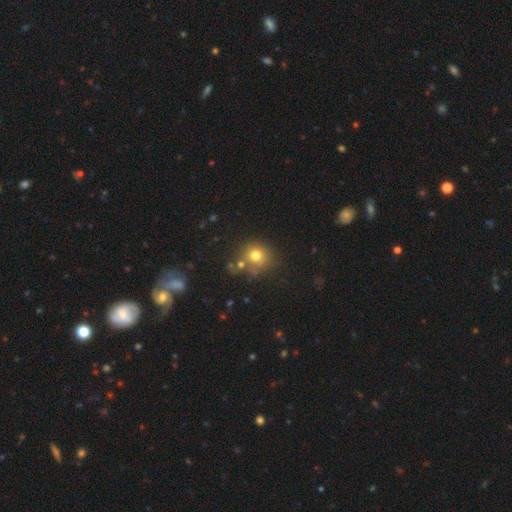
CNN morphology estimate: smooth 73%, star or artifact 16%, featured or disk 11%. Down the decision tree: how rounded — round (86%); merging — none (65%).